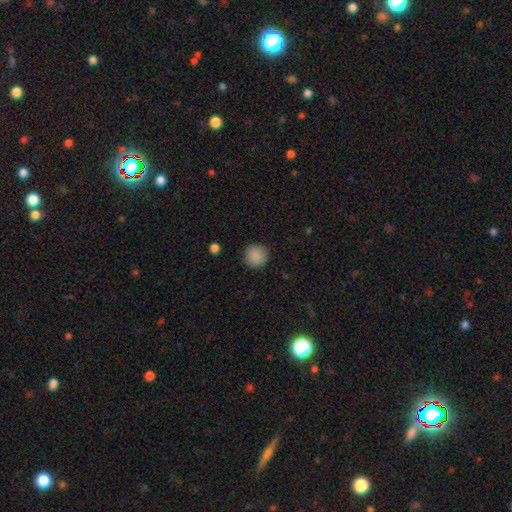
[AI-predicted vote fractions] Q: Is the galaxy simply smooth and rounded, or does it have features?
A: smooth — 88%.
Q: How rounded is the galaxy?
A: round — 93%.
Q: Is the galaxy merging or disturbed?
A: none — 87%.